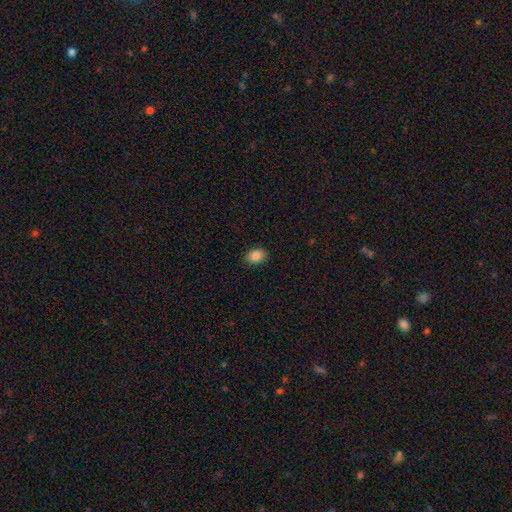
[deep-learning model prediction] smooth_or_featured: smooth (p=0.87) [alt: star or artifact p=0.09]
how_rounded: in between (p=0.73) [alt: round p=0.26]
merging: none (p=0.89) [alt: minor disturbance p=0.08]